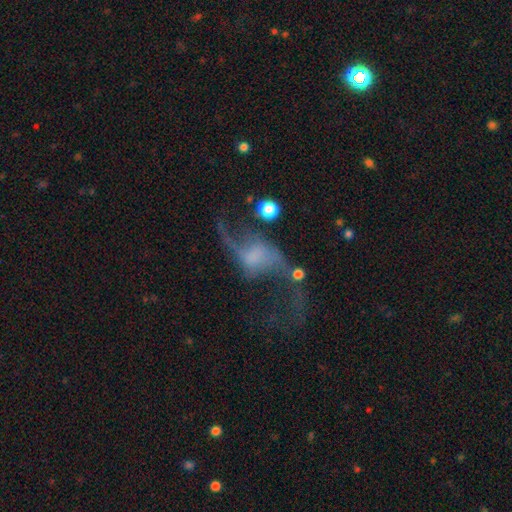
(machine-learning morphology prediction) Overall: featured or disk (75%). Edge-on disk: no (95%). Bar: no (54%; weak 33%). Spiral arms: yes (86%). Spiral arm count: 2 (89%). Spiral winding: loose (91%). Bulge size: none (47%; small 21%). Merging: none (37%; major disturbance 35%).